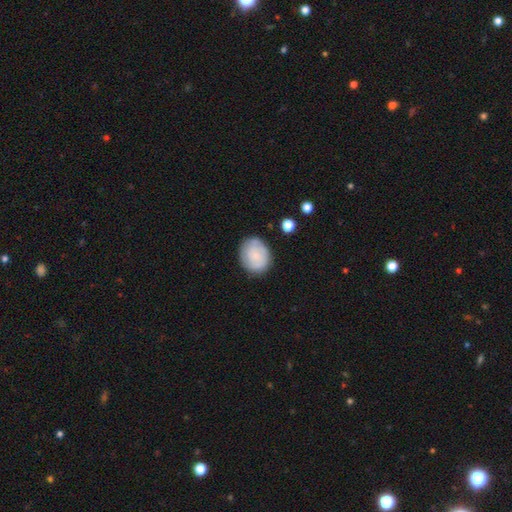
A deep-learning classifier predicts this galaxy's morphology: This is likely a smooth galaxy (60%). How rounded: possibly round (59%). Merging: likely none (76%).